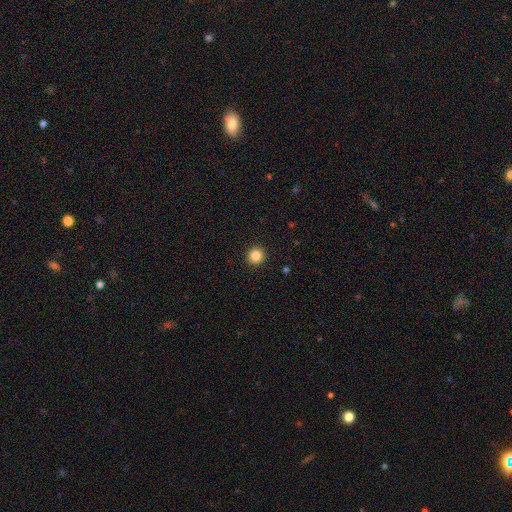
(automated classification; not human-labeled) smooth 85%, star or artifact 11%, featured or disk 4%. Down the decision tree: how rounded — round (95%); merging — none (93%).